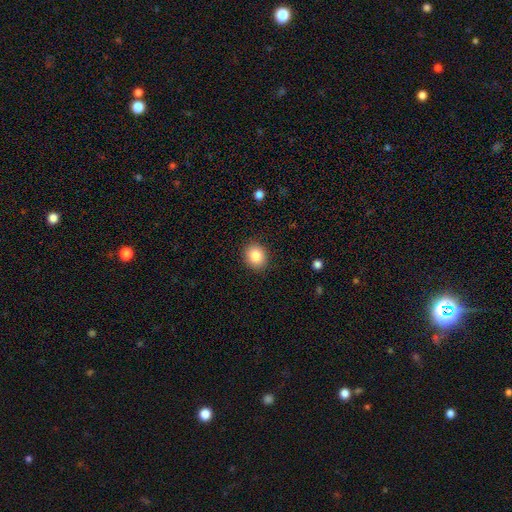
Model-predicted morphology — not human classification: Q: Smooth or featured?
A: smooth (86%); runner-up: star or artifact (9%)
Q: How rounded?
A: round (67%); runner-up: in between (32%)
Q: Merging?
A: none (89%); runner-up: minor disturbance (7%)